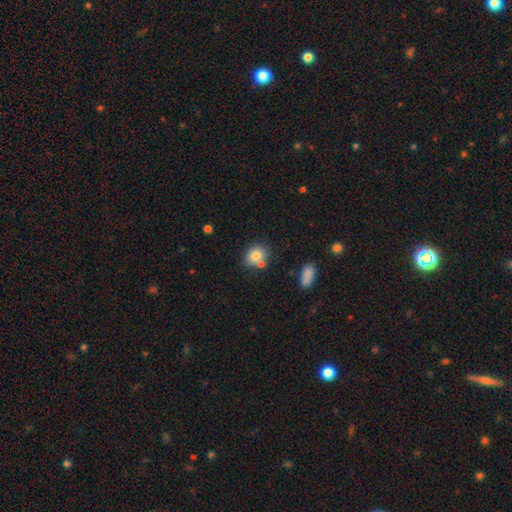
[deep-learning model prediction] This is clearly a smooth galaxy (81%). How rounded: possibly round (51%). Merging: likely none (66%).